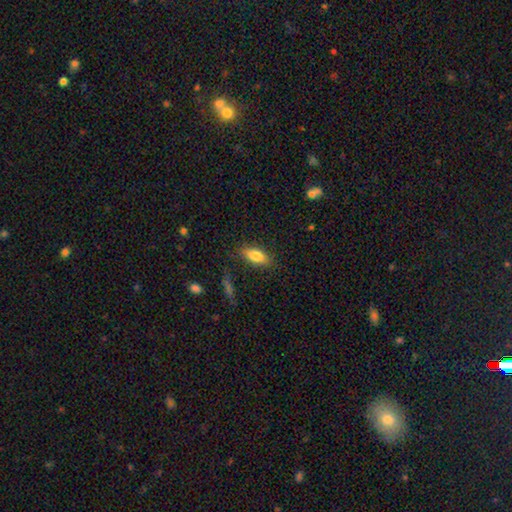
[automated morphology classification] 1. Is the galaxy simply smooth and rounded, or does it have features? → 81% smooth, 12% featured or disk, 7% star or artifact.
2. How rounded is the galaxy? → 82% in between, 14% cigar-shaped, 3% round.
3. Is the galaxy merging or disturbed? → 83% none, 12% minor disturbance, 3% major disturbance, 2% merger.